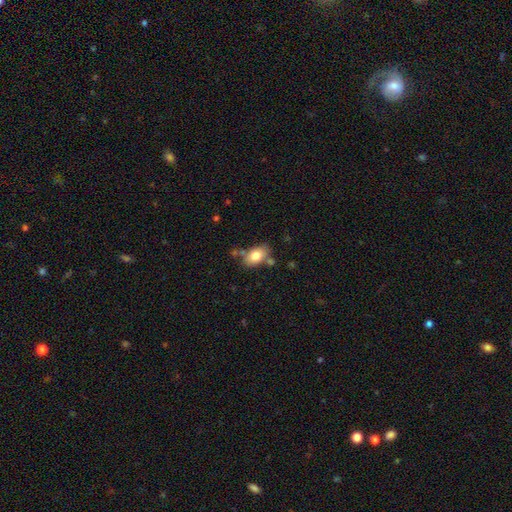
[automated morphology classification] type=smooth (78%); roundness=in between (87%); merging=none (66%).